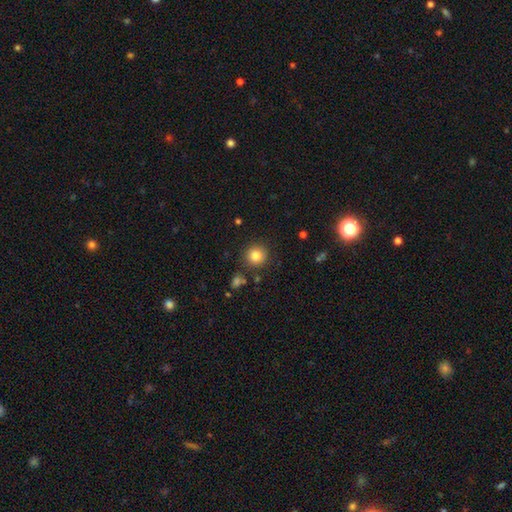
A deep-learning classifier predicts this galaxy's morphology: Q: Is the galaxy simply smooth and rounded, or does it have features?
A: smooth — 83%.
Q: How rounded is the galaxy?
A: round — 91%.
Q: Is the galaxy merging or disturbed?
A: none — 87%.